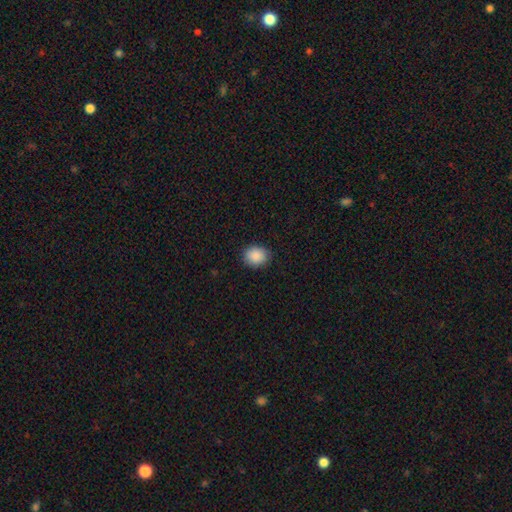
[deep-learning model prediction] smooth-or-featured: smooth: 90% | star or artifact: 7% | featured or disk: 3%
  how-rounded: round: 54% | in between: 45% | cigar-shaped: 1%
  merging: none: 88% | minor disturbance: 9% | major disturbance: 2% | merger: 1%